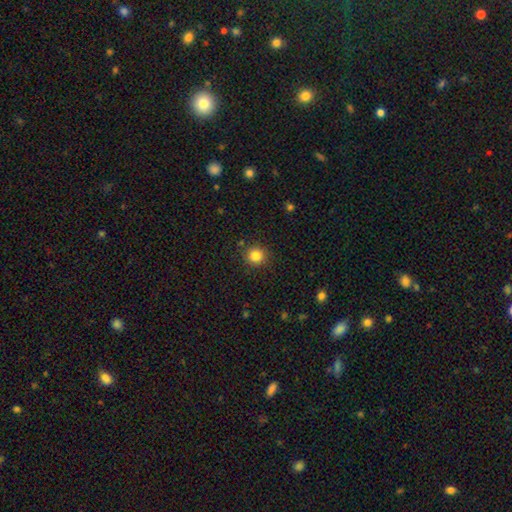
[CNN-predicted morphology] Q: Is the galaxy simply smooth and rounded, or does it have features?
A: smooth — 84%.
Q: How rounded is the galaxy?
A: round — 92%.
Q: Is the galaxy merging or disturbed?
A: none — 89%.